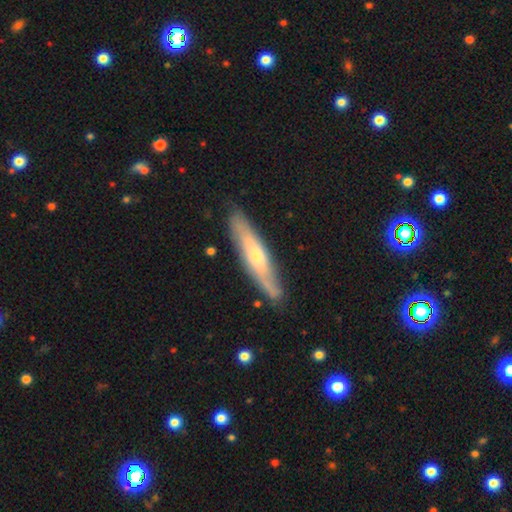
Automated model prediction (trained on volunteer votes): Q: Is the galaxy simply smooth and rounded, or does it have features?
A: featured or disk — 54%.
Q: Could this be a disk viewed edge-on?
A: yes — 66%.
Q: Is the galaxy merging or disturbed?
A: none — 82%.